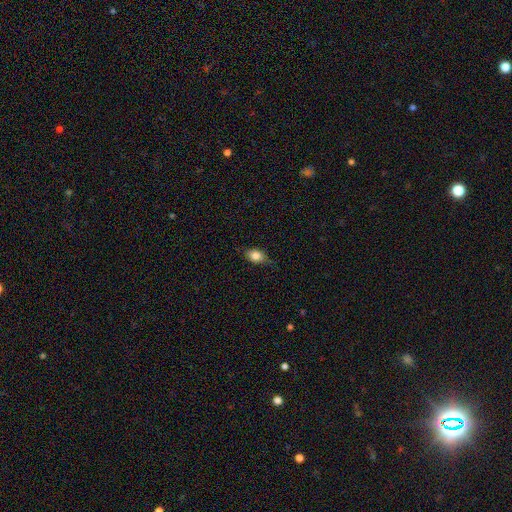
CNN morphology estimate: smooth 82%, featured or disk 10%, star or artifact 9%. Down the decision tree: how rounded — in between (72%); merging — none (64%).